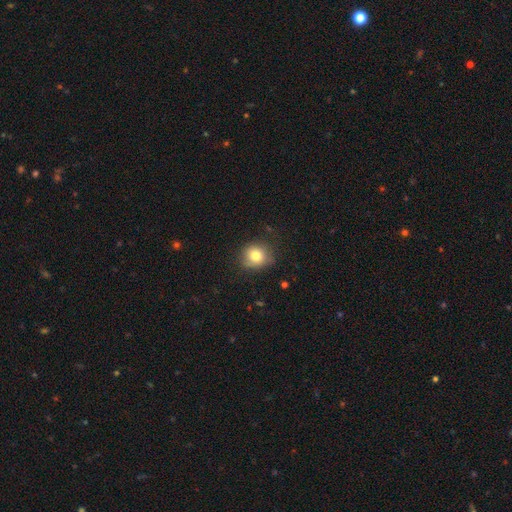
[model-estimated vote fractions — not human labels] smooth-or-featured: smooth: 80% | star or artifact: 10% | featured or disk: 10%
  how-rounded: round: 83% | in between: 16% | cigar-shaped: 1%
  merging: none: 77% | minor disturbance: 18% | major disturbance: 4% | merger: 1%